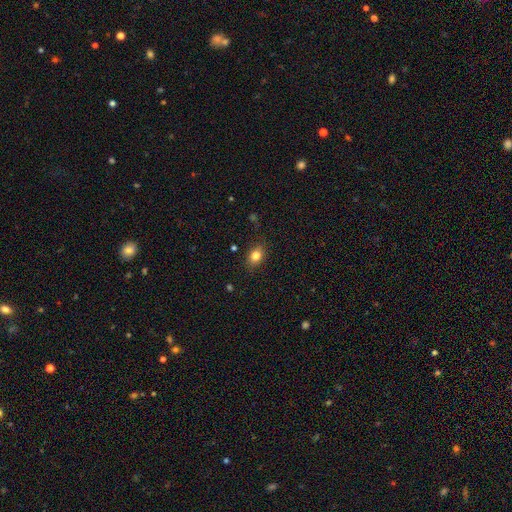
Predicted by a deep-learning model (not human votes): Smooth or featured: smooth — 81% (star or artifact — 10%)
How rounded: in between — 71% (round — 27%)
Merging: none — 84% (minor disturbance — 12%)